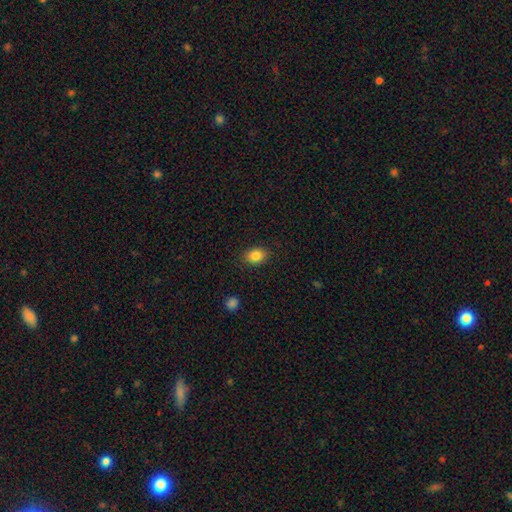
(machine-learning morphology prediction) Q: Smooth or featured?
A: smooth (85%); runner-up: star or artifact (9%)
Q: How rounded?
A: in between (68%); runner-up: round (31%)
Q: Merging?
A: none (86%); runner-up: minor disturbance (10%)